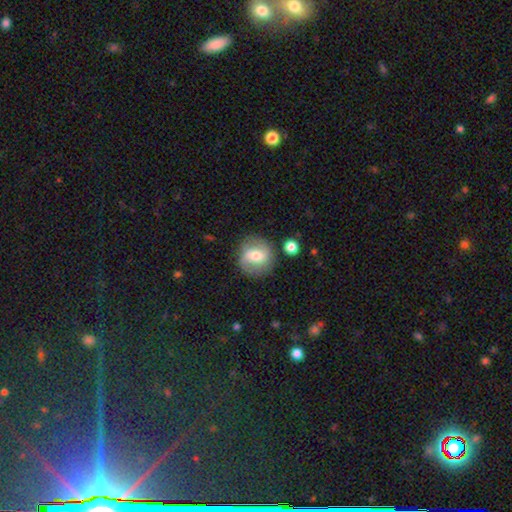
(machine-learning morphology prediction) featured or disk 49%, smooth 44%, star or artifact 8%. Down the decision tree: merging — none (78%).